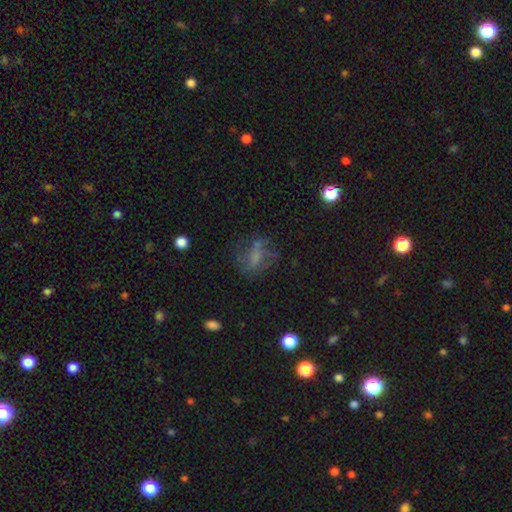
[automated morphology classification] Smooth or featured? smooth (46%)
Merging? none (48%)